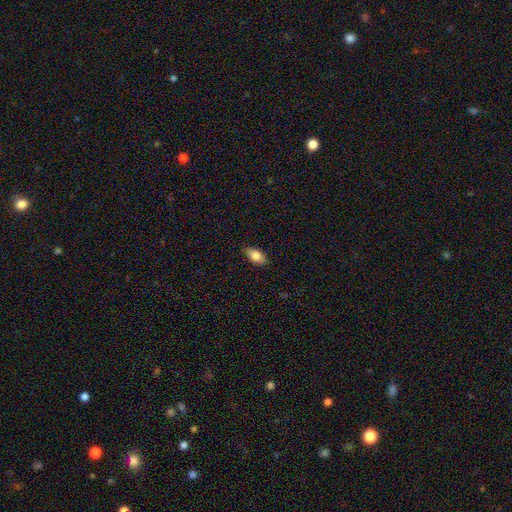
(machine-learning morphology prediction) smooth_or_featured: smooth (p=0.84) [alt: featured or disk p=0.09]
how_rounded: in between (p=0.91) [alt: round p=0.05]
merging: none (p=0.83) [alt: minor disturbance p=0.13]